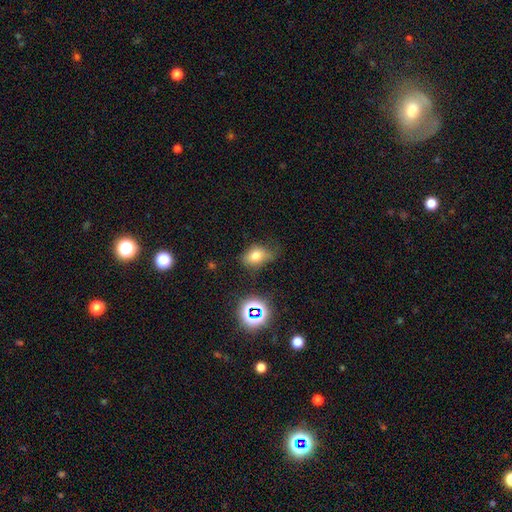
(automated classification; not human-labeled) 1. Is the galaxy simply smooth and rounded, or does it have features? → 71% smooth, 17% star or artifact, 12% featured or disk.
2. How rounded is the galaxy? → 73% in between, 25% round, 2% cigar-shaped.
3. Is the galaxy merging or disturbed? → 53% none, 32% minor disturbance, 12% major disturbance, 3% merger.